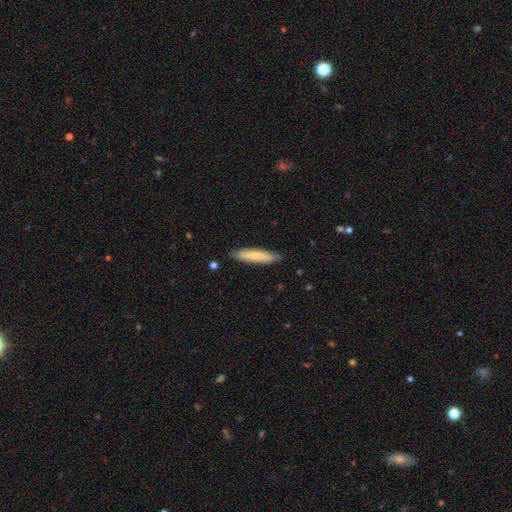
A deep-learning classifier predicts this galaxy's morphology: Smooth or featured?
  - smooth: 63% *
  - featured or disk: 31%
  - star or artifact: 5%
How rounded?
  - cigar-shaped: 83% *
  - in between: 15%
  - round: 1%
Merging?
  - none: 84% *
  - minor disturbance: 13%
  - major disturbance: 2%
  - merger: 1%